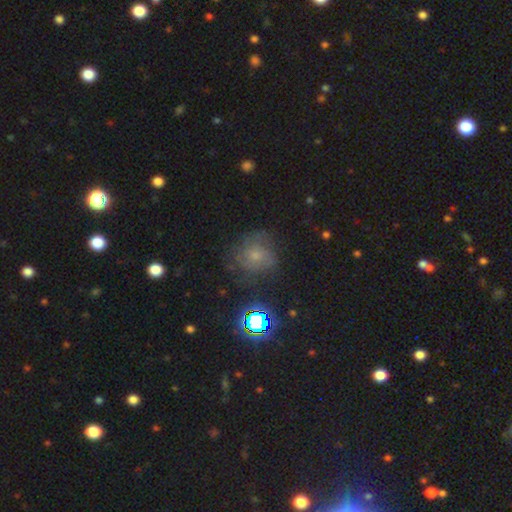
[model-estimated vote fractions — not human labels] Q: Smooth or featured?
A: smooth (51%); runner-up: featured or disk (26%)
Q: How rounded?
A: round (80%); runner-up: in between (19%)
Q: Merging?
A: none (61%); runner-up: minor disturbance (23%)